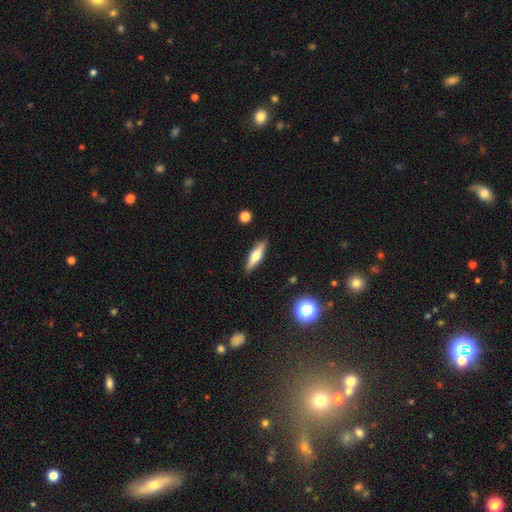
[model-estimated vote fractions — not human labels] This is possibly a smooth galaxy (48%). Merging: clearly none (88%).